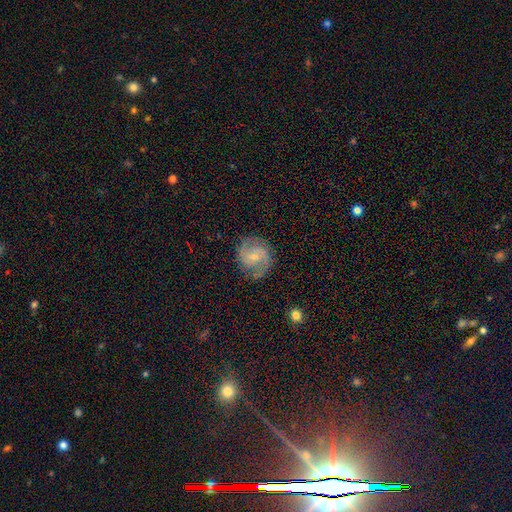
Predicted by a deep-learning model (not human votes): Overall: featured or disk (76%). Edge-on disk: no (98%). Bar: weak (46%; no 45%). Spiral arms: yes (94%). Spiral arm count: 2 (82%). Spiral winding: medium (50%; tight 34%). Bulge size: small (66%; moderate 27%). Merging: none (77%).